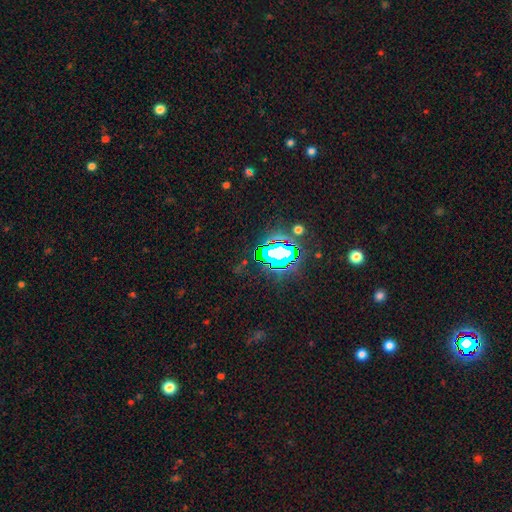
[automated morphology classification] Overall: star or artifact (82%).